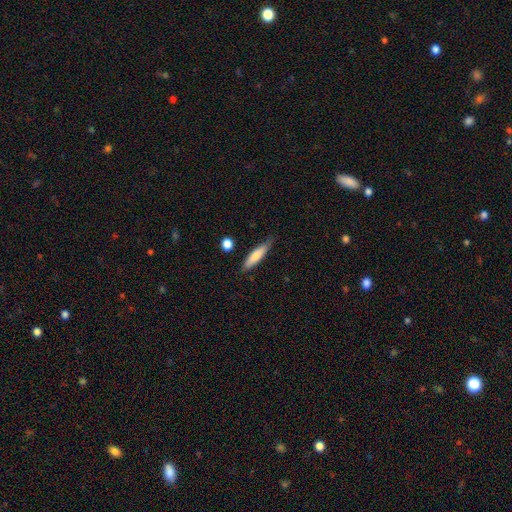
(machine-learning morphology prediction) This appears to be a smooth galaxy with no disk features (73%) that is cigar-shaped (75%). Merging: none (77%).